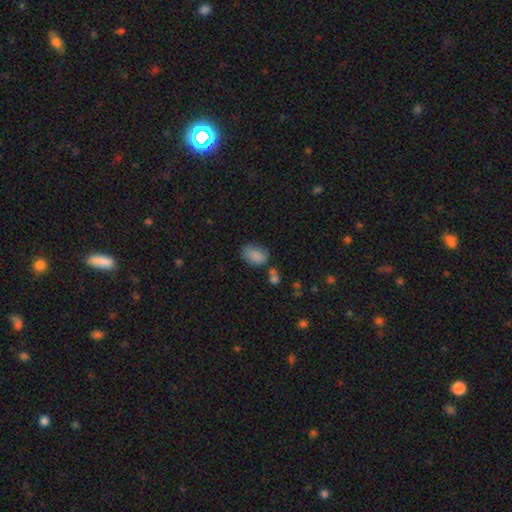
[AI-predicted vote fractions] Smooth or featured? Predicted: smooth (p=0.84). How rounded? Predicted: in between (p=0.87). Merging? Predicted: none (p=0.61).